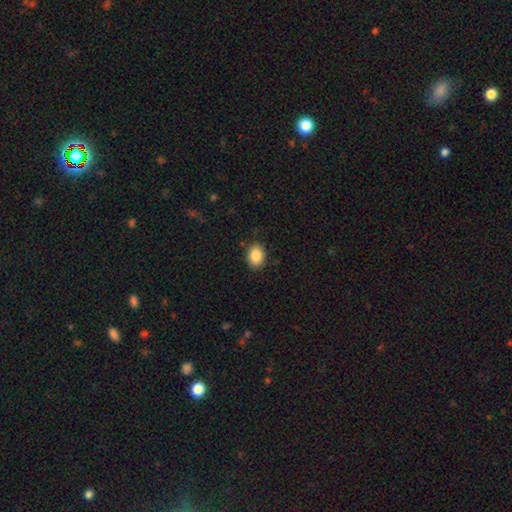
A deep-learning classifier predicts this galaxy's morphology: smooth_or_featured: smooth (p=0.87) [alt: star or artifact p=0.08]
how_rounded: in between (p=0.71) [alt: round p=0.28]
merging: none (p=0.88) [alt: minor disturbance p=0.08]